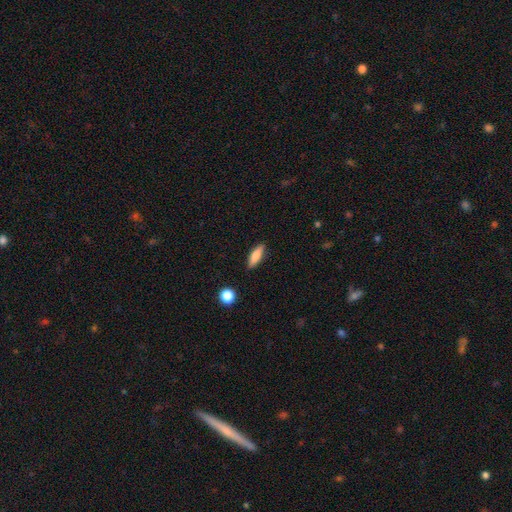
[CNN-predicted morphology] Smooth or featured? Predicted: smooth (p=0.78). How rounded? Predicted: cigar-shaped (p=0.49). Merging? Predicted: none (p=0.87).